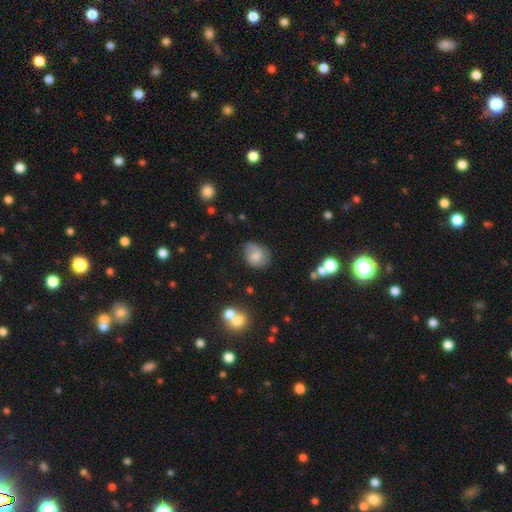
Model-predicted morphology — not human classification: A smooth galaxy with no disk features (61%) that is round (61%).

Vote fractions:
- Smooth or featured? smooth: 61% / featured or disk: 30% / star or artifact: 9%
- How rounded? round: 61% / in between: 38% / cigar-shaped: 1%
- Merging? none: 67% / minor disturbance: 24% / major disturbance: 7% / merger: 3%